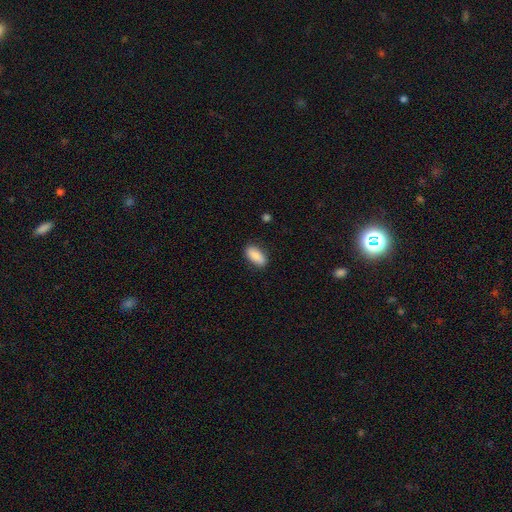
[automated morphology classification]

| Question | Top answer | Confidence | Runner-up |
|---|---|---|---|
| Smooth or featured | smooth | 88% | star or artifact (6%) |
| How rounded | in between | 89% | cigar-shaped (8%) |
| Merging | none | 85% | minor disturbance (11%) |